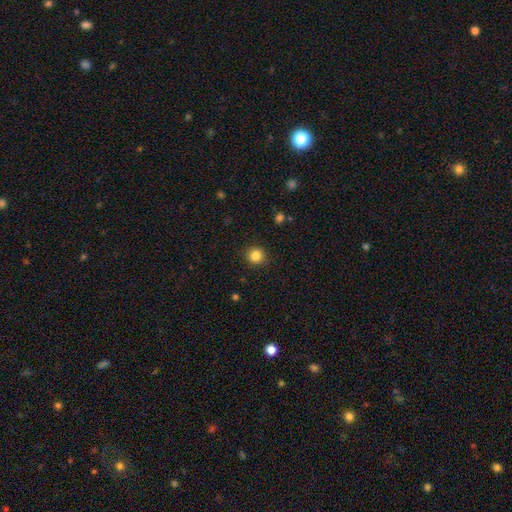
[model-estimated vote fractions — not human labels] Morphology: type=smooth (84%); roundness=round (92%); merging=none (91%).